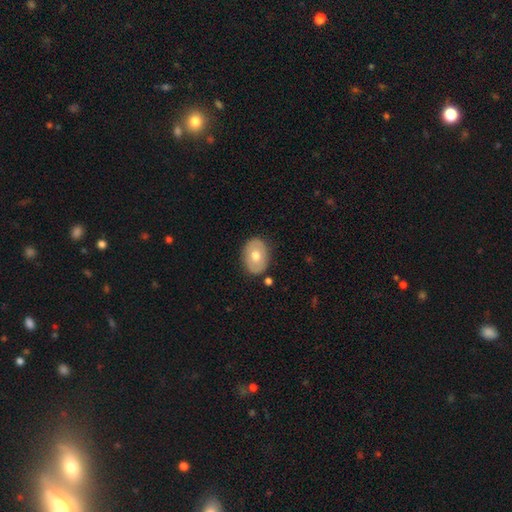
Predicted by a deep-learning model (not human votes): Smooth or featured: smooth — 59% (featured or disk — 35%)
How rounded: in between — 71% (round — 28%)
Merging: none — 83% (minor disturbance — 11%)